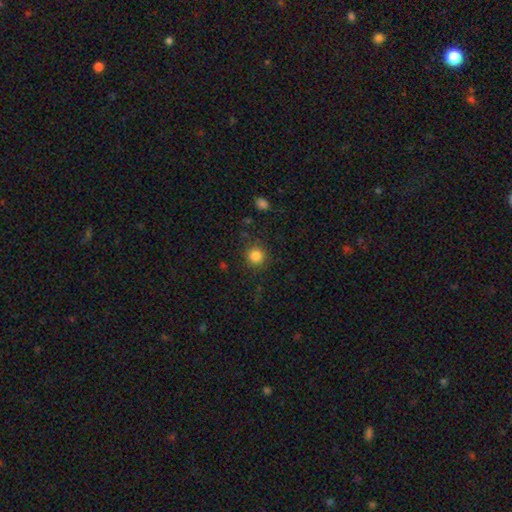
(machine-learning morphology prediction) type=smooth (84%); roundness=round (93%); merging=none (87%).